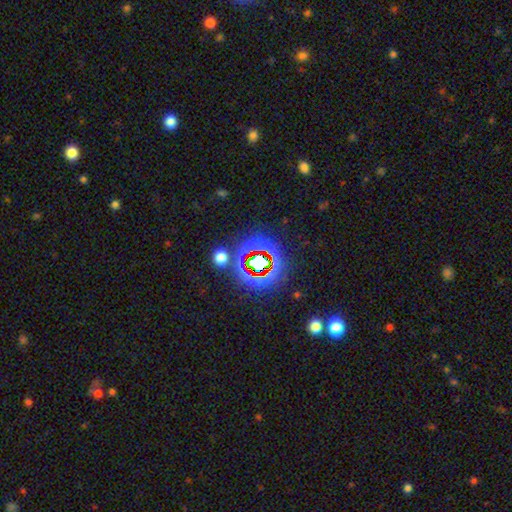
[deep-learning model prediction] Morphology: type=star or artifact (75%).